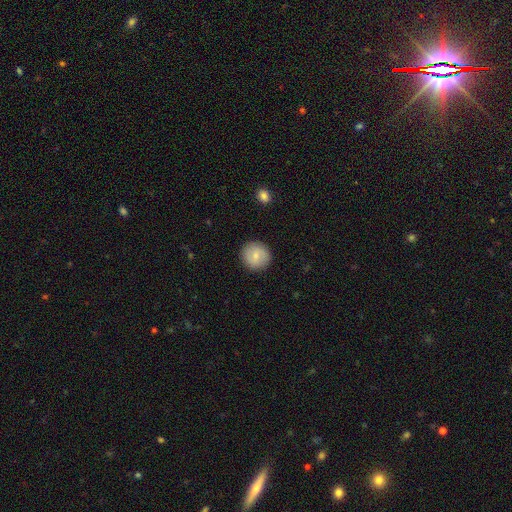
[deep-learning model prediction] Smooth or featured? Predicted: smooth (p=0.72). How rounded? Predicted: round (p=0.93). Merging? Predicted: none (p=0.90).